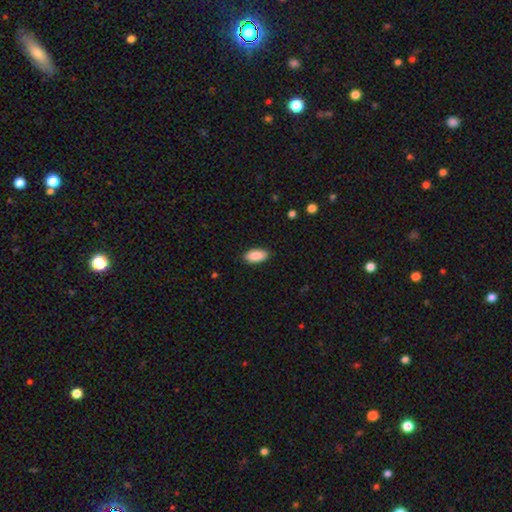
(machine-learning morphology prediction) Smooth or featured: smooth — 89% (star or artifact — 6%)
How rounded: in between — 92% (cigar-shaped — 6%)
Merging: none — 88% (minor disturbance — 9%)